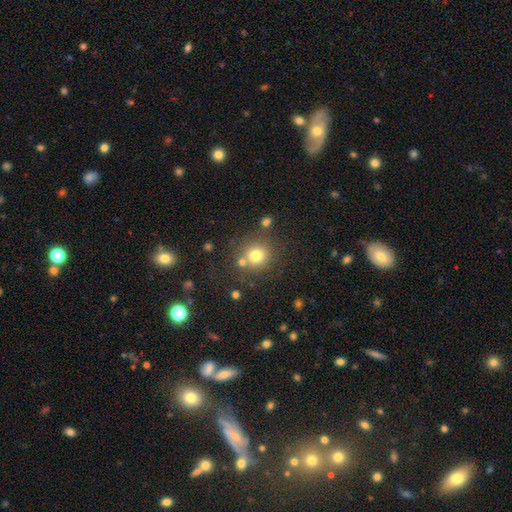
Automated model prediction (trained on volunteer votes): A smooth galaxy with no disk features (75%) that is round (91%). Merging: none (74%).